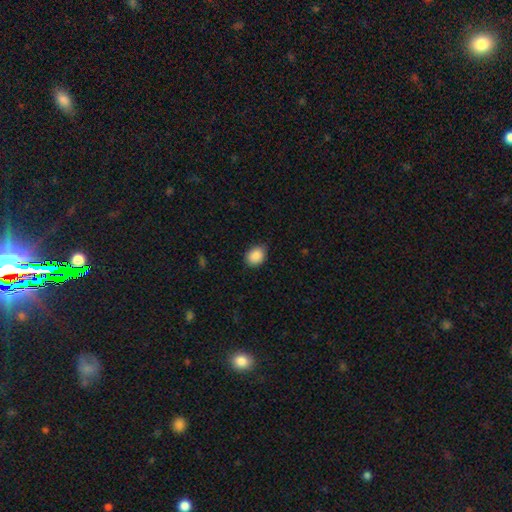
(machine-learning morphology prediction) A smooth galaxy with no disk features (89%) that is in between round and cigar-shaped (57%).

Vote fractions:
- Smooth or featured? smooth: 89% / star or artifact: 8% / featured or disk: 4%
- How rounded? in between: 57% / round: 42% / cigar-shaped: 1%
- Merging? none: 76% / minor disturbance: 20% / major disturbance: 3% / merger: 1%